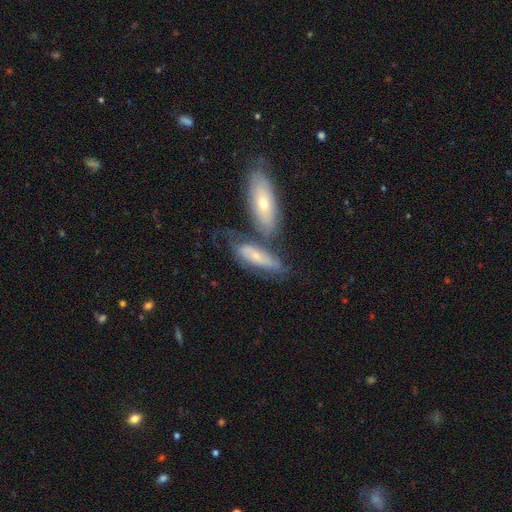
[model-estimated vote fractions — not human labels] The model was most divided on "merging": none: 39%, merger: 35%, minor disturbance: 17%, major disturbance: 8%. More confident: edge-on disk — no (73%); smooth or featured — featured or disk (54%).